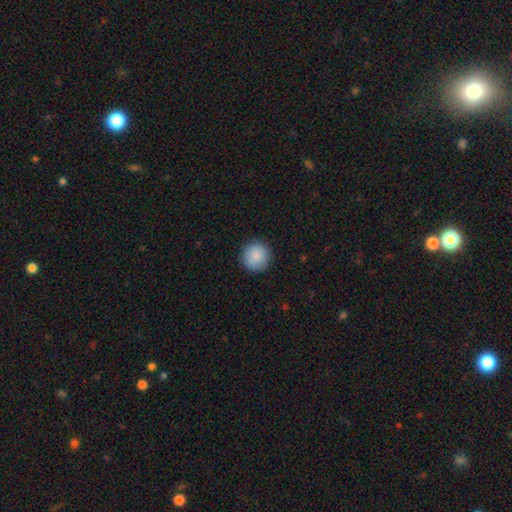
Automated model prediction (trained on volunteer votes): A smooth galaxy with no disk features (89%) that is round (94%).

Vote fractions:
- Smooth or featured? smooth: 89% / star or artifact: 7% / featured or disk: 4%
- How rounded? round: 94% / in between: 5% / cigar-shaped: 1%
- Merging? none: 91% / minor disturbance: 6% / major disturbance: 2% / merger: 1%